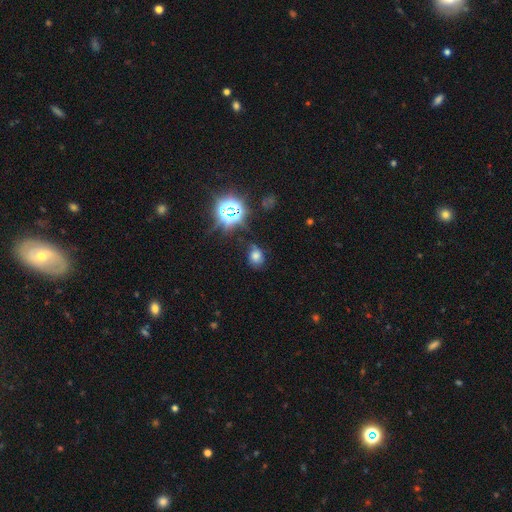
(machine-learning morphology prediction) A smooth galaxy with no disk features (59%) that is in between round and cigar-shaped (51%).

Vote fractions:
- Smooth or featured? smooth: 59% / star or artifact: 28% / featured or disk: 14%
- How rounded? in between: 51% / round: 48% / cigar-shaped: 1%
- Merging? none: 62% / minor disturbance: 24% / major disturbance: 11% / merger: 3%